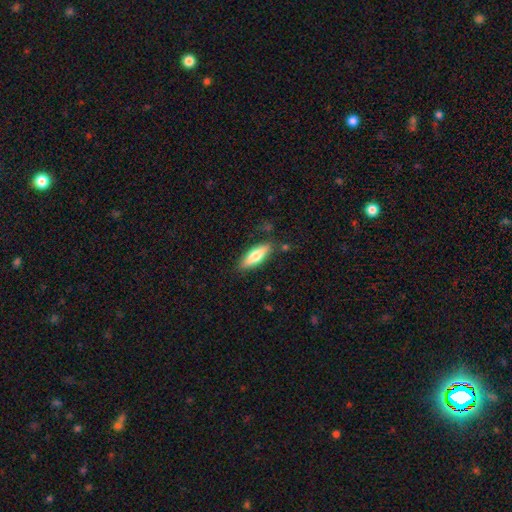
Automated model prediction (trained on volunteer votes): Smooth or featured?
  - smooth: 71% *
  - featured or disk: 23%
  - star or artifact: 6%
How rounded?
  - in between: 50% *
  - cigar-shaped: 48%
  - round: 2%
Merging?
  - none: 81% *
  - minor disturbance: 13%
  - major disturbance: 3%
  - merger: 2%